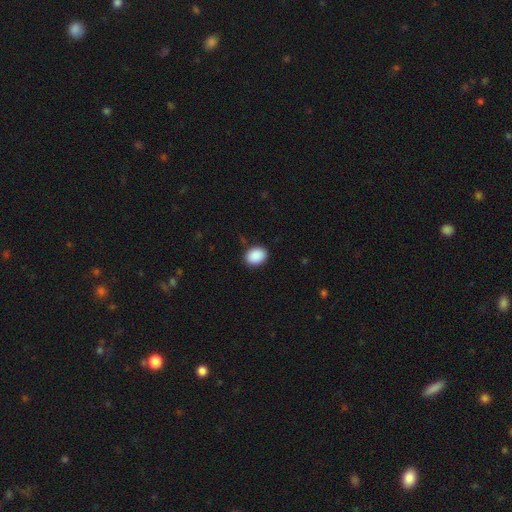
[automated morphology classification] type=smooth (90%); roundness=in between (64%); merging=none (88%).